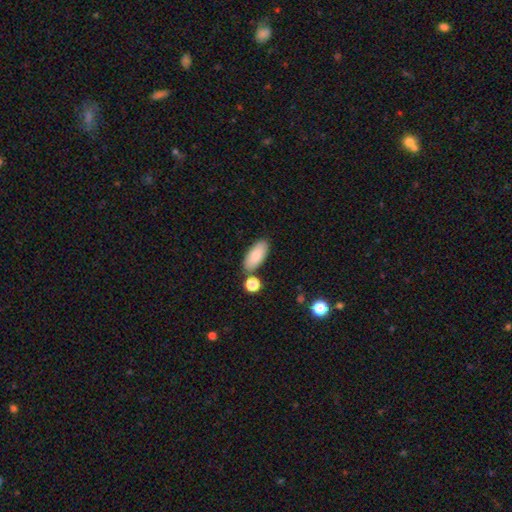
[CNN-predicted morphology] Smooth or featured?
  - smooth: 84% *
  - featured or disk: 10%
  - star or artifact: 7%
How rounded?
  - in between: 87% *
  - cigar-shaped: 11%
  - round: 3%
Merging?
  - none: 77% *
  - minor disturbance: 12%
  - merger: 9%
  - major disturbance: 3%